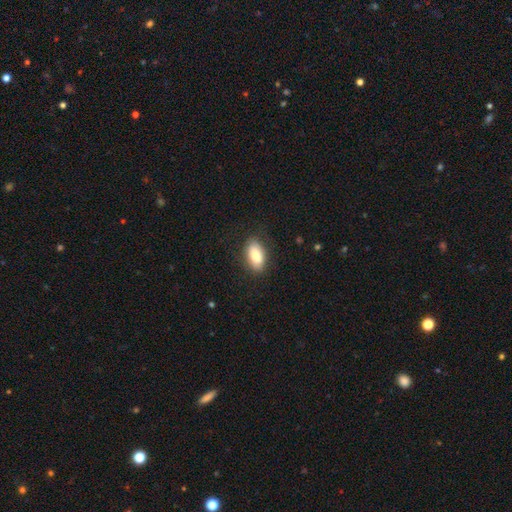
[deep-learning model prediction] smooth_or_featured: smooth (p=0.83) [alt: featured or disk p=0.11]
how_rounded: in between (p=0.90) [alt: cigar-shaped p=0.06]
merging: none (p=0.82) [alt: minor disturbance p=0.13]